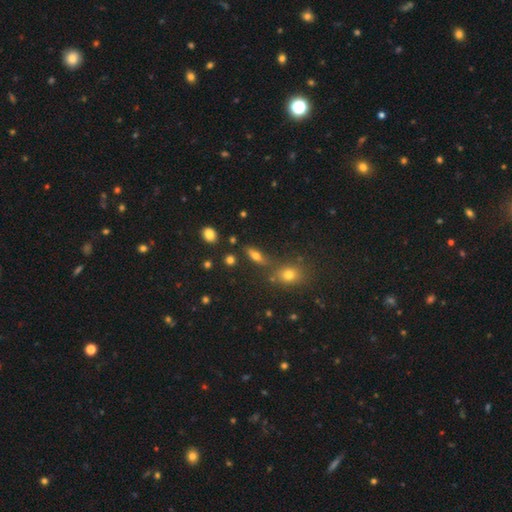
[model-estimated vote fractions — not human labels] Smooth or featured? smooth (62%)
How rounded? in between (65%)
Merging? none (70%)